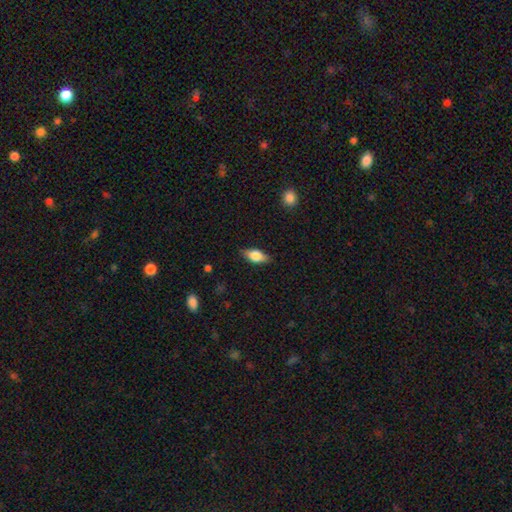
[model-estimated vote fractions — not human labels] Smooth or featured? Predicted: smooth (p=0.69). How rounded? Predicted: in between (p=0.83). Merging? Predicted: none (p=0.84).